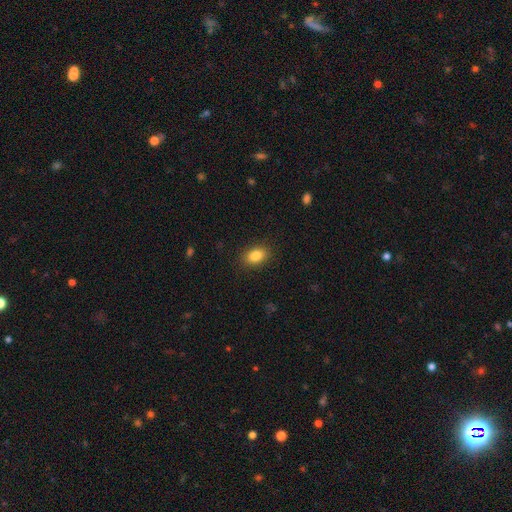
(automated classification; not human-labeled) Smooth or featured?
  - smooth: 85% *
  - star or artifact: 9%
  - featured or disk: 6%
How rounded?
  - in between: 84% *
  - round: 15%
  - cigar-shaped: 2%
Merging?
  - none: 88% *
  - minor disturbance: 8%
  - major disturbance: 2%
  - merger: 1%